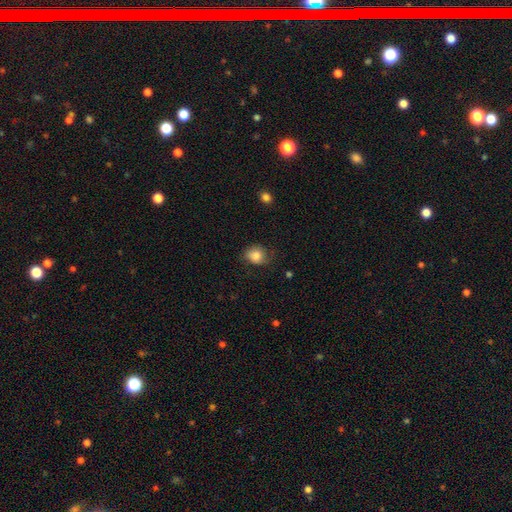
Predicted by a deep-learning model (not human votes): smooth_or_featured: smooth (p=0.81) [alt: featured or disk p=0.10]
how_rounded: round (p=0.64) [alt: in between p=0.35]
merging: none (p=0.64) [alt: minor disturbance p=0.26]